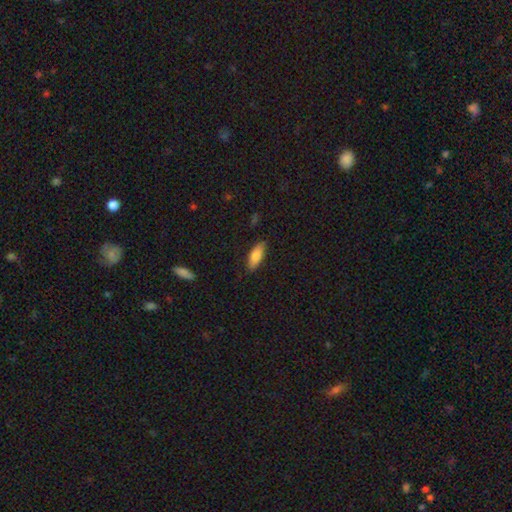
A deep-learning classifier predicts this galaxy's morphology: Smooth or featured? smooth (81%)
How rounded? in between (72%)
Merging? none (83%)